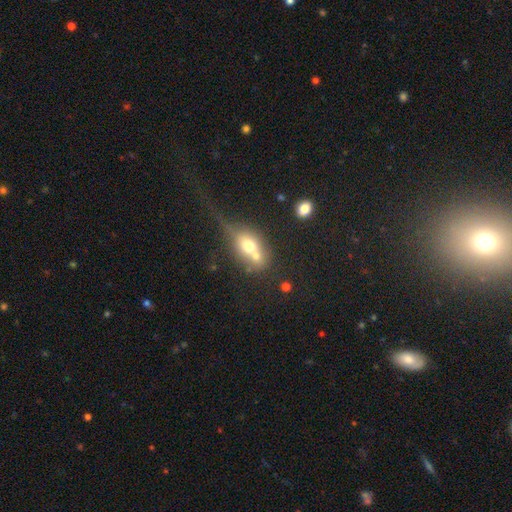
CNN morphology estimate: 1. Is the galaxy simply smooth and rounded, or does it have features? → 62% smooth, 26% featured or disk, 12% star or artifact.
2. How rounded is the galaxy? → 60% in between, 36% round, 4% cigar-shaped.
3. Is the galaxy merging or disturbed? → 55% merger, 22% none, 12% major disturbance, 11% minor disturbance.